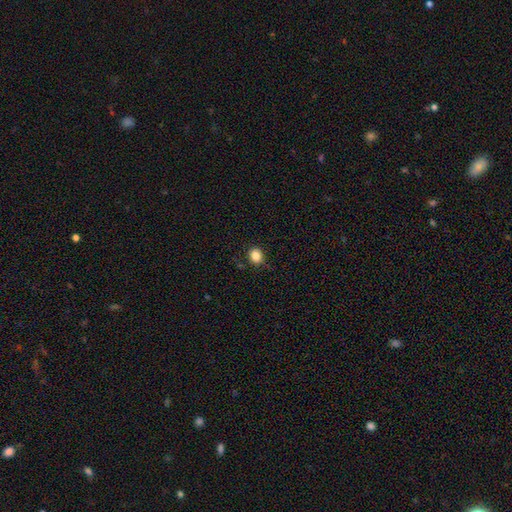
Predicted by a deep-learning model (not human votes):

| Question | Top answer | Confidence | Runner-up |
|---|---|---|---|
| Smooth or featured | smooth | 85% | star or artifact (11%) |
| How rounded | round | 69% | in between (30%) |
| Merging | none | 87% | minor disturbance (9%) |